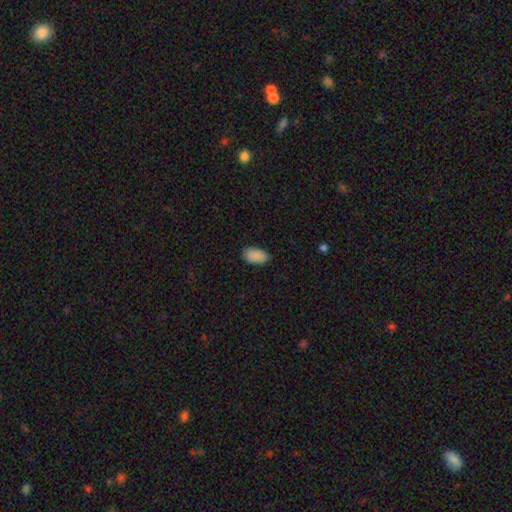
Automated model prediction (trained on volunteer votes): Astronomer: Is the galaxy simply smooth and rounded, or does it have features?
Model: smooth — 89%.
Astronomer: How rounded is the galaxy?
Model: in between — 94%.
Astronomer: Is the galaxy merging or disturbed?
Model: none — 84%.